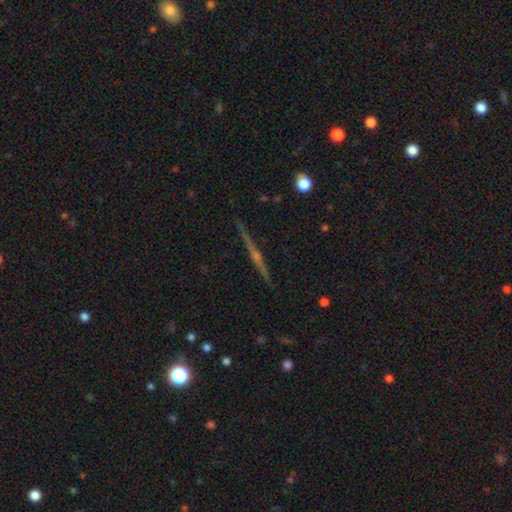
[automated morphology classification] A featured or disk galaxy (82%) viewed edge-on (98%) with a rounded central bulge (82%). Merging: none (92%).